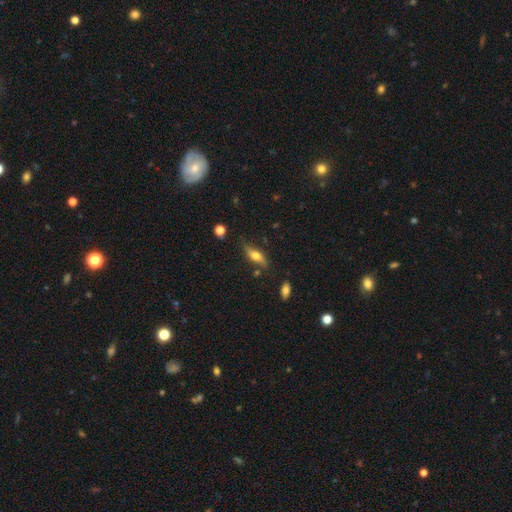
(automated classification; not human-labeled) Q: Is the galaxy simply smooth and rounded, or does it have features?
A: smooth — 50%.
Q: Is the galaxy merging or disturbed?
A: none — 73%.